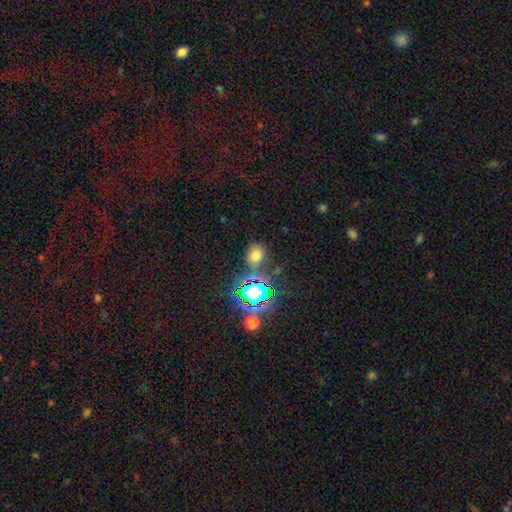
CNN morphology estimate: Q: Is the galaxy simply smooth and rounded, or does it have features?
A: smooth — 66%.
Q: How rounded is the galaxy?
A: round — 53%.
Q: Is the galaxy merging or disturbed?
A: none — 76%.